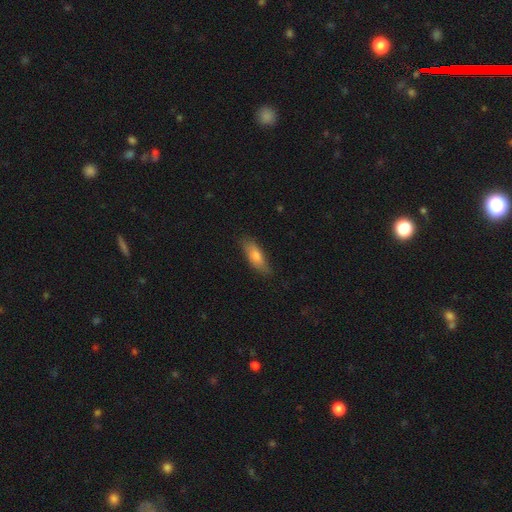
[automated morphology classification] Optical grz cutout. It shows a smooth galaxy with no disk features (74%) that is in between round and cigar-shaped (64%). Merging: none (79%).